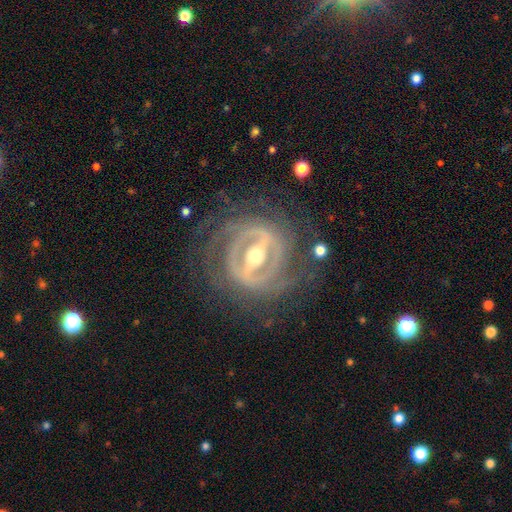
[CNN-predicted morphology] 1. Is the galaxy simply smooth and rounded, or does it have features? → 91% featured or disk, 5% star or artifact, 4% smooth.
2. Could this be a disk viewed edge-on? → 90% no, 10% yes.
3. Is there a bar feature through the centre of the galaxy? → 81% strong, 14% weak, 5% no.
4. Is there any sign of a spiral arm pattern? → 87% yes, 13% no.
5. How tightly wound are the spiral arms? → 73% tight, 21% medium, 6% loose.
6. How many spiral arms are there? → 33% can't tell, 23% 2, 17% 3, 13% 4, 8% more than 4, 6% 1.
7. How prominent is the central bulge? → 67% moderate, 25% small, 6% large, 1% dominant, 1% none.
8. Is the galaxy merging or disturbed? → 77% none, 13% minor disturbance, 9% major disturbance, 1% merger.